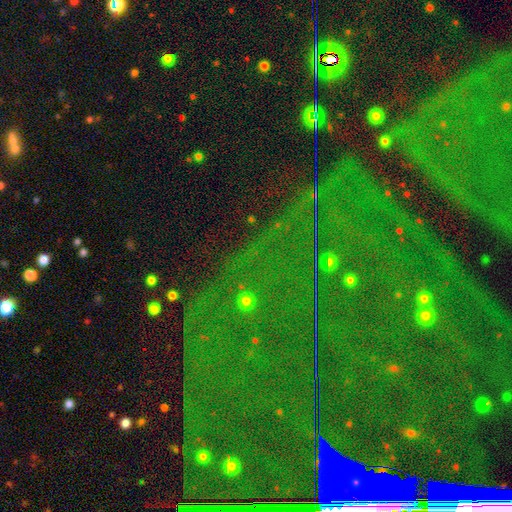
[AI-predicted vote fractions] A star or artifact, not a galaxy (83%).

Vote fractions:
- Smooth or featured? star or artifact: 83% / featured or disk: 9% / smooth: 8%